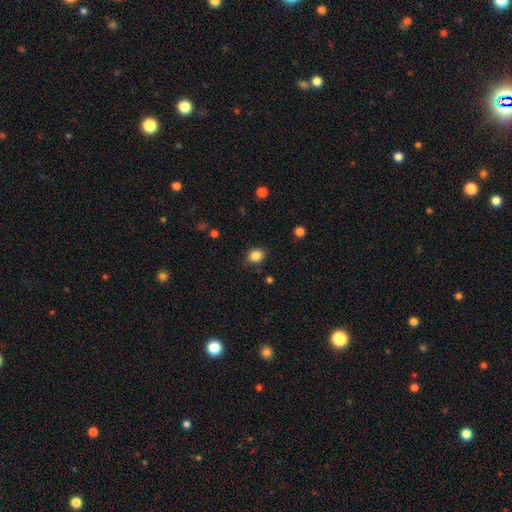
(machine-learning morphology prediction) smooth 86%, star or artifact 10%, featured or disk 4%. Down the decision tree: how rounded — round (58%); merging — none (84%).